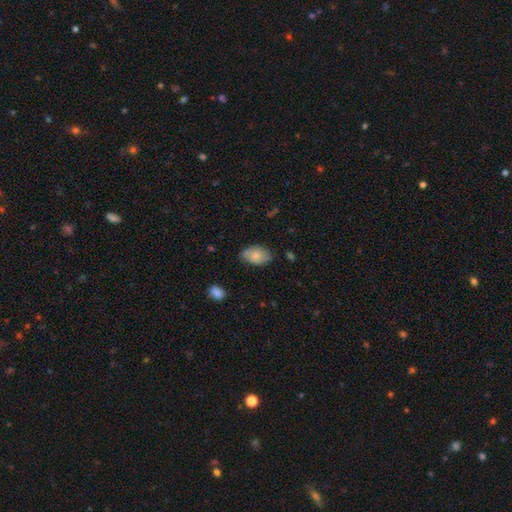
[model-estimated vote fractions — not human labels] Smooth or featured? smooth (70%)
How rounded? in between (87%)
Merging? none (61%)